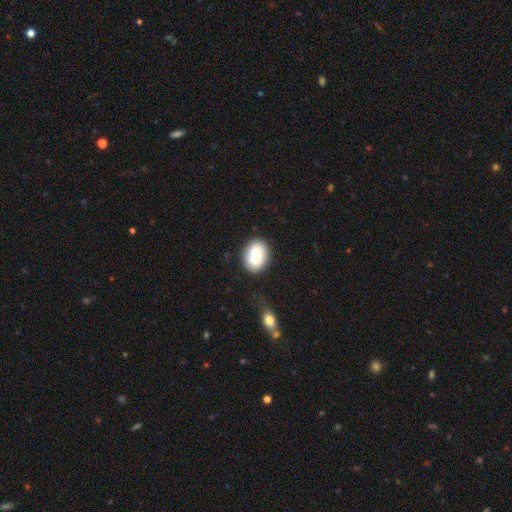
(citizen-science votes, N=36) Morphology: type=smooth (86%); roundness=in between (74%); merging=none (80%).